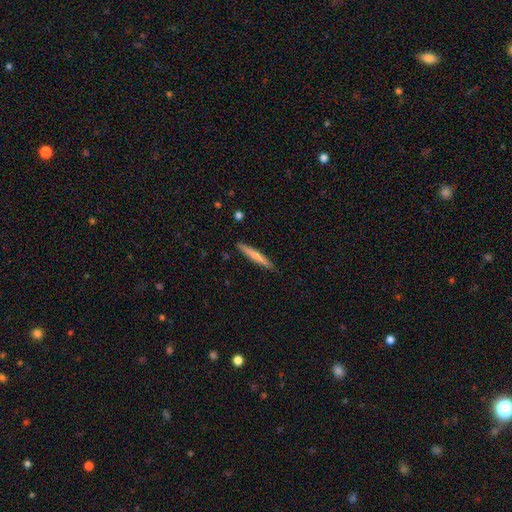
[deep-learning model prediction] A smooth galaxy with no disk features (66%) that is cigar-shaped (95%).

Vote fractions:
- Smooth or featured? smooth: 66% / featured or disk: 28% / star or artifact: 5%
- How rounded? cigar-shaped: 95% / in between: 4% / round: 1%
- Merging? none: 89% / minor disturbance: 8% / major disturbance: 2% / merger: 1%